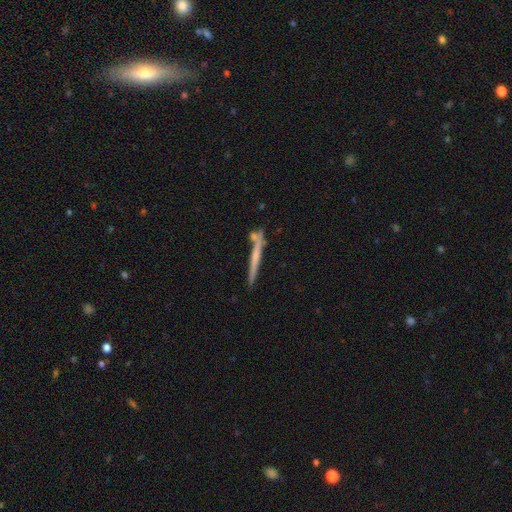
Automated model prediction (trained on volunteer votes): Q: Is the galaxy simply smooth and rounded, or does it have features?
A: featured or disk — 49%.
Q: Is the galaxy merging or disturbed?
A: none — 75%.